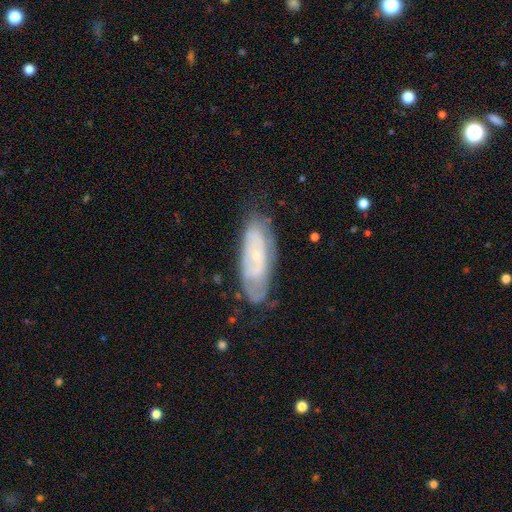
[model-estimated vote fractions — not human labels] featured or disk 65%, smooth 27%, star or artifact 7%. Down the decision tree: edge-on disk — no (86%); bar — no (67%); spiral arms — yes (75%); bulge size — small (76%); merging — none (68%).